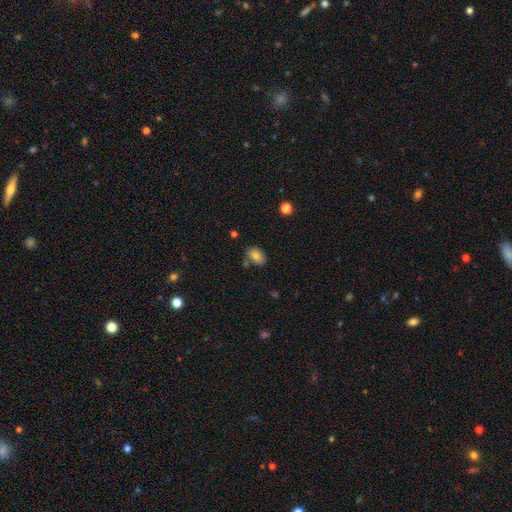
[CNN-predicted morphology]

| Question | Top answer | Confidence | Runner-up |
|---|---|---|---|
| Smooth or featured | smooth | 79% | featured or disk (12%) |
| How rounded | in between | 78% | round (20%) |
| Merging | none | 72% | minor disturbance (15%) |